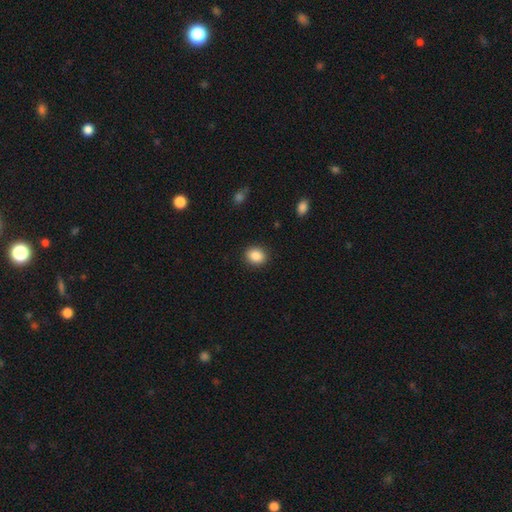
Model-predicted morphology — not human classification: This appears to be a smooth galaxy with no disk features (88%) that is round (63%). Merging: none (90%).